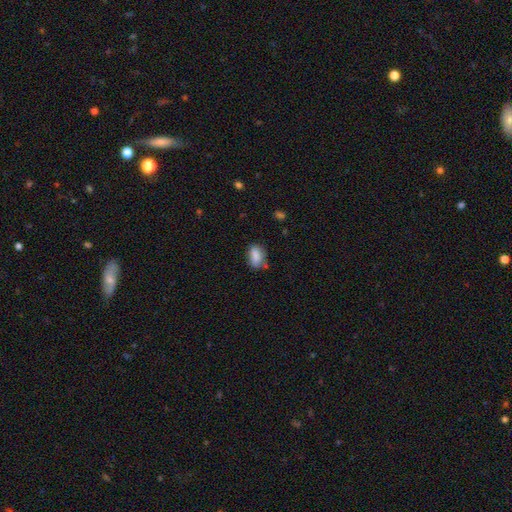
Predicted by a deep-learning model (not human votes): A smooth galaxy with no disk features (83%) that is in between round and cigar-shaped (85%).

Vote fractions:
- Smooth or featured? smooth: 83% / featured or disk: 9% / star or artifact: 8%
- How rounded? in between: 85% / round: 10% / cigar-shaped: 5%
- Merging? none: 62% / minor disturbance: 25% / merger: 7% / major disturbance: 6%